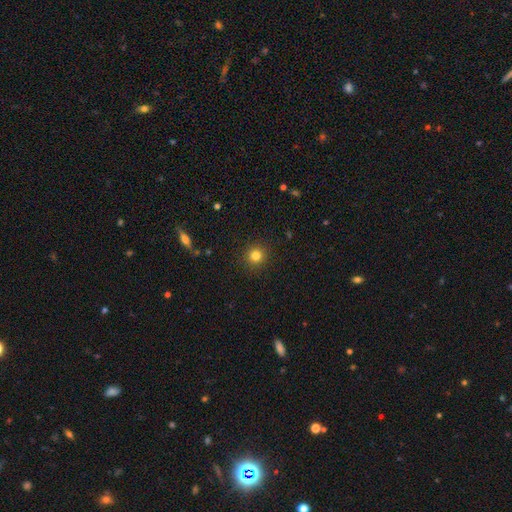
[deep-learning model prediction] A smooth galaxy with no disk features (82%) that is round (93%). Merging: none (91%).